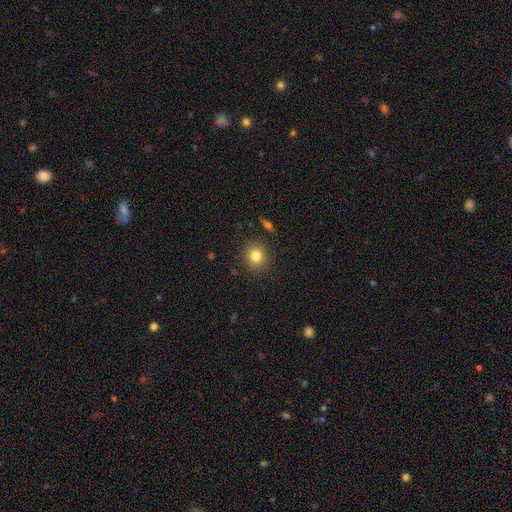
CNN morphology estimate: smooth-or-featured: smooth: 81% | star or artifact: 11% | featured or disk: 8%
  how-rounded: round: 85% | in between: 14% | cigar-shaped: 1%
  merging: none: 88% | minor disturbance: 8% | major disturbance: 3% | merger: 2%